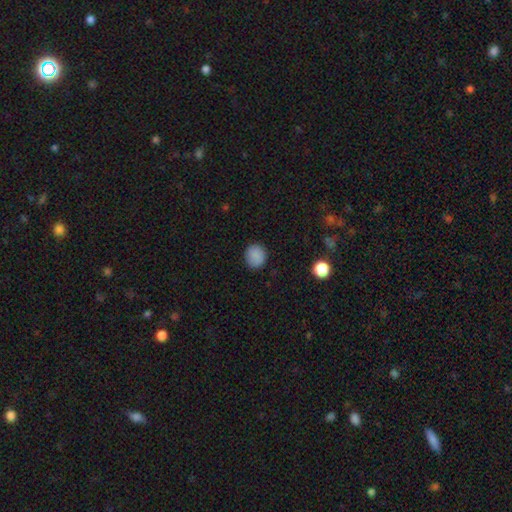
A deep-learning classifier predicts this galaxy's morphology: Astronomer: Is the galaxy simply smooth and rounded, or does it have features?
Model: smooth — 87%.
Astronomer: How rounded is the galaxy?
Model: round — 85%.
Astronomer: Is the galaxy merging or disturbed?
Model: none — 88%.